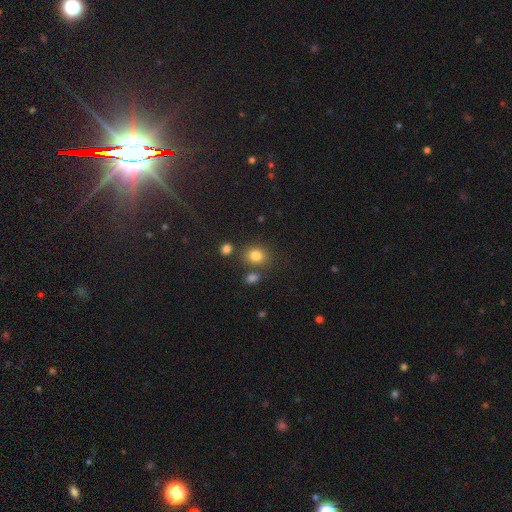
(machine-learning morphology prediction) This appears to be a smooth galaxy with no disk features (81%) that is round (68%). Merging: none (70%).